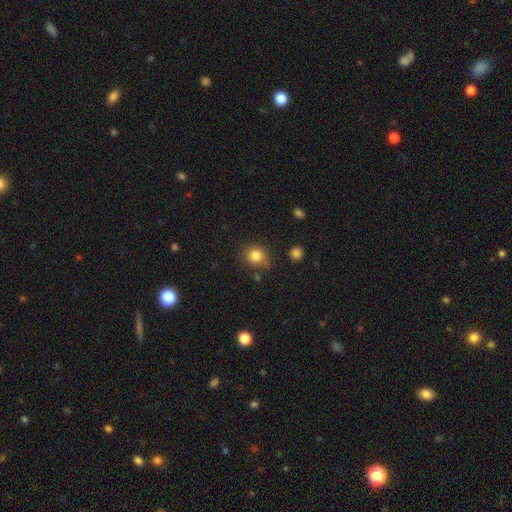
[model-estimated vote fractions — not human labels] smooth_or_featured: smooth (p=0.82) [alt: star or artifact p=0.11]
how_rounded: round (p=0.75) [alt: in between p=0.24]
merging: none (p=0.74) [alt: minor disturbance p=0.17]